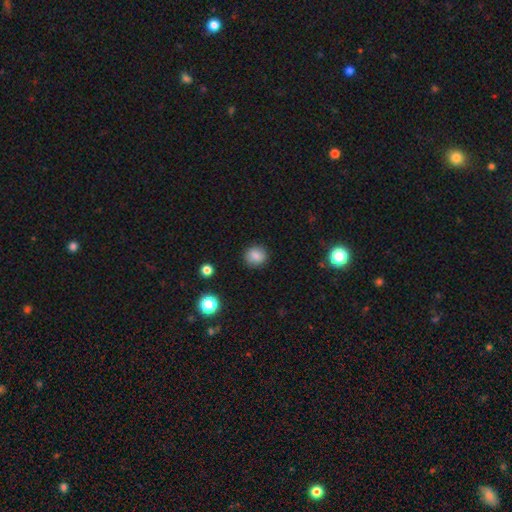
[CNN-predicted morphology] Q: Smooth or featured?
A: smooth (83%); runner-up: star or artifact (10%)
Q: How rounded?
A: round (86%); runner-up: in between (13%)
Q: Merging?
A: none (87%); runner-up: minor disturbance (9%)